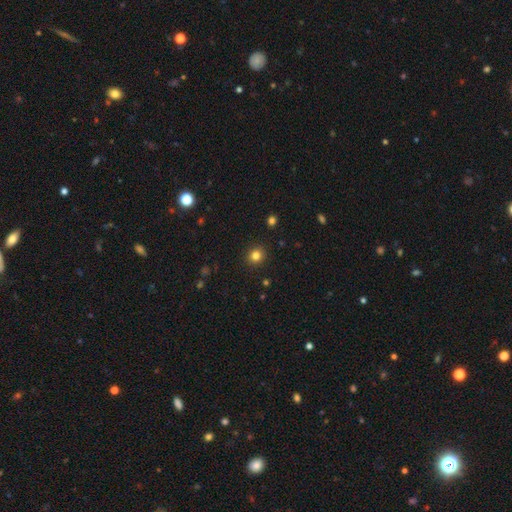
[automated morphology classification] smooth-or-featured: smooth: 81% | star or artifact: 13% | featured or disk: 6%
  how-rounded: round: 87% | in between: 12% | cigar-shaped: 1%
  merging: none: 91% | minor disturbance: 6% | major disturbance: 2% | merger: 1%